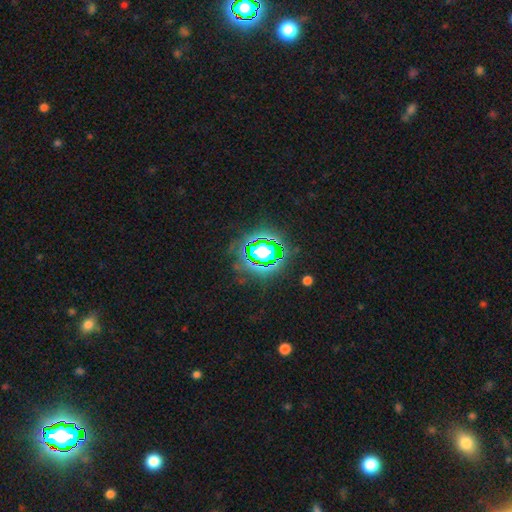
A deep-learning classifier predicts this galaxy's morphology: Overall: star or artifact (78%).